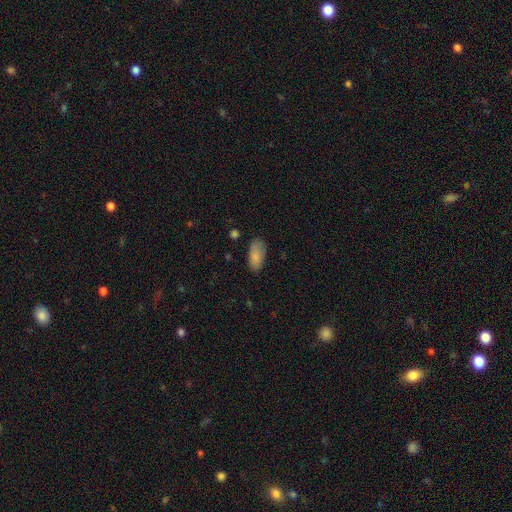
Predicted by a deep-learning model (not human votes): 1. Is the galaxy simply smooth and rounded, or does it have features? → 85% smooth, 8% featured or disk, 7% star or artifact.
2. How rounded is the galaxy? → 91% in between, 7% cigar-shaped, 2% round.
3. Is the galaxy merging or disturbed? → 76% none, 18% minor disturbance, 4% major disturbance, 2% merger.